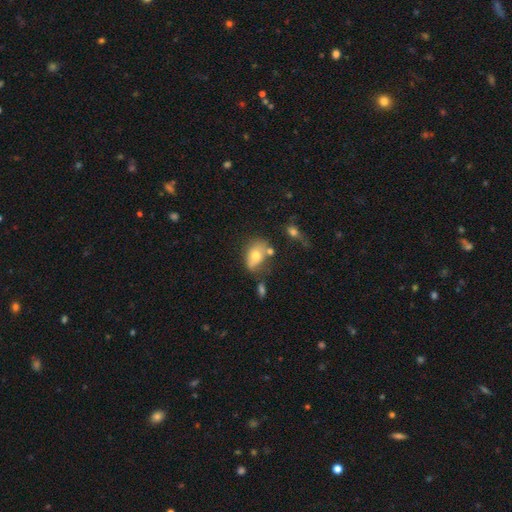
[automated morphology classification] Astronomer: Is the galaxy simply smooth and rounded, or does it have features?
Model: smooth — 68%.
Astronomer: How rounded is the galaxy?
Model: in between — 78%.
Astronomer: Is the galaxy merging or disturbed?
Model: none — 41% (runner-up: minor disturbance, 26%).